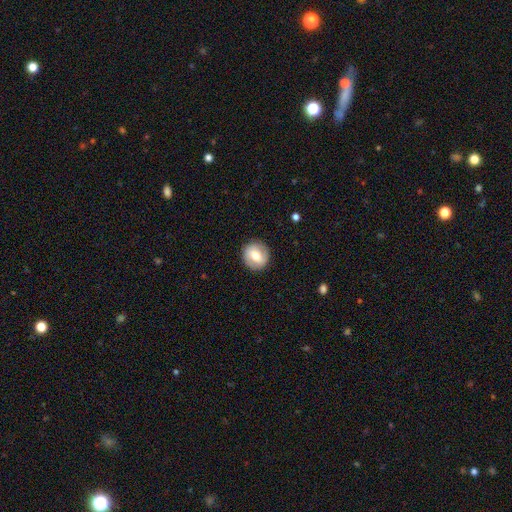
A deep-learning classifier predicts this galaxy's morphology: Q: Smooth or featured?
A: smooth (57%); runner-up: featured or disk (36%)
Q: How rounded?
A: round (88%); runner-up: in between (11%)
Q: Merging?
A: none (89%); runner-up: minor disturbance (8%)